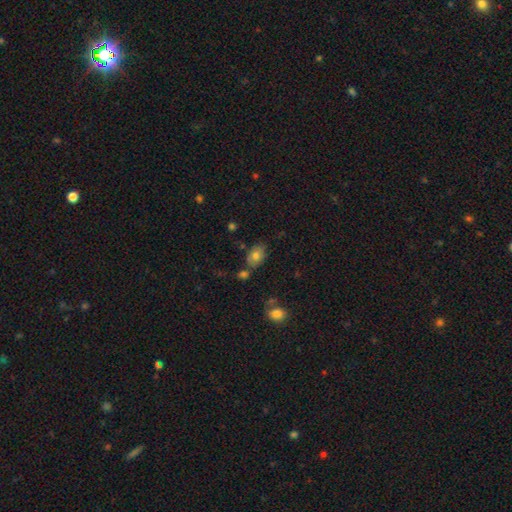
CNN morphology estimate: Smooth or featured? smooth (76%)
How rounded? in between (81%)
Merging? none (67%)